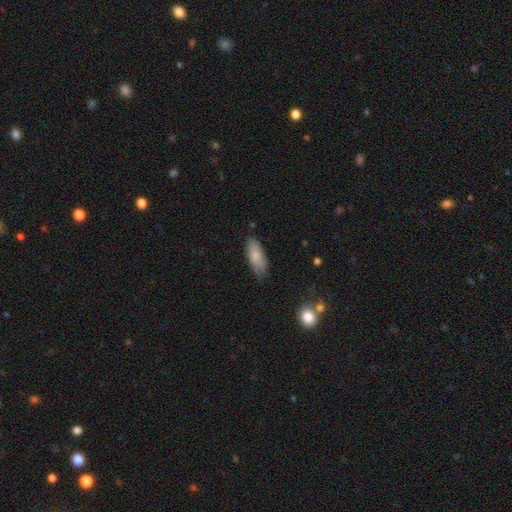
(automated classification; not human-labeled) This is likely a smooth galaxy (80%). How rounded: likely in between (79%). Merging: likely none (77%).